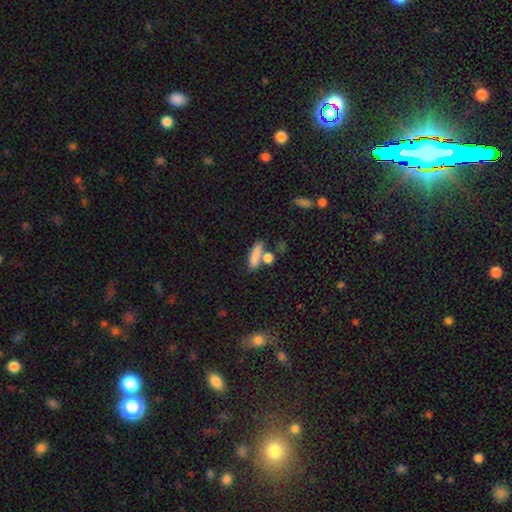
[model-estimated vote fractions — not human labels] Smooth or featured: smooth — 82% (featured or disk — 9%)
How rounded: cigar-shaped — 51% (in between — 41%)
Merging: none — 56% (merger — 26%)